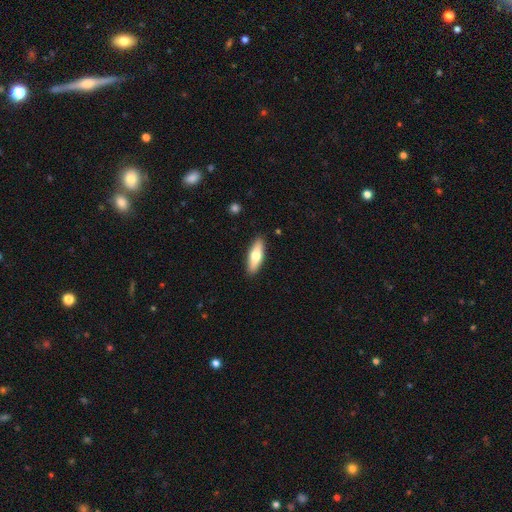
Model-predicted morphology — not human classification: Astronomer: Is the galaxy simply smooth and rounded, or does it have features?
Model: smooth — 64%.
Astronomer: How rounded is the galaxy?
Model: in between — 52% (runner-up: cigar-shaped, 46%).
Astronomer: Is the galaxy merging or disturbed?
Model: none — 89%.